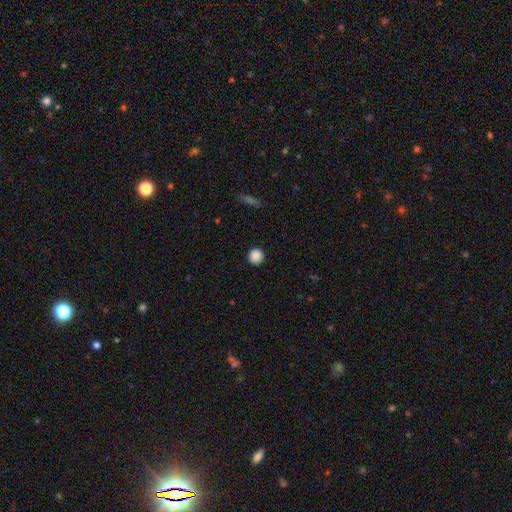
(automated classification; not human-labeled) This appears to be a smooth galaxy with no disk features (88%) that is round (94%). Merging: none (92%).